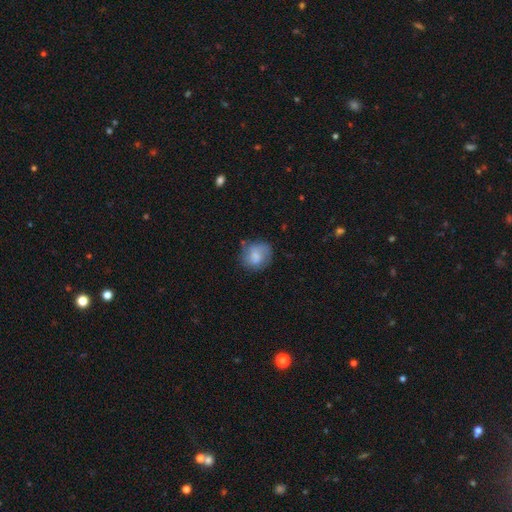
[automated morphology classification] Smooth or featured?
  - smooth: 68% *
  - featured or disk: 24%
  - star or artifact: 8%
How rounded?
  - round: 68% *
  - in between: 31%
  - cigar-shaped: 1%
Merging?
  - none: 61% *
  - minor disturbance: 26%
  - major disturbance: 10%
  - merger: 4%